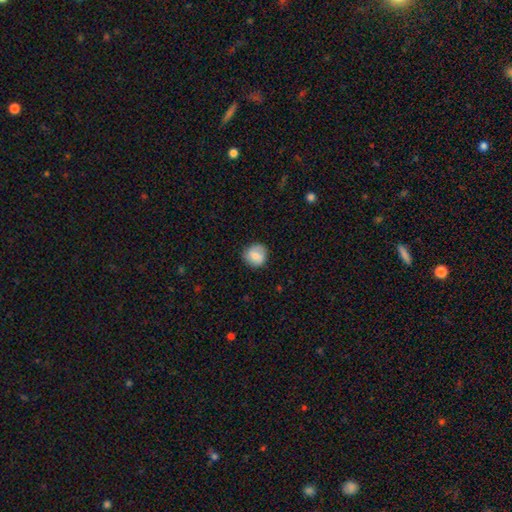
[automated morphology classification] smooth_or_featured: smooth (p=0.77) [alt: featured or disk p=0.15]
how_rounded: round (p=0.89) [alt: in between p=0.10]
merging: none (p=0.82) [alt: minor disturbance p=0.13]